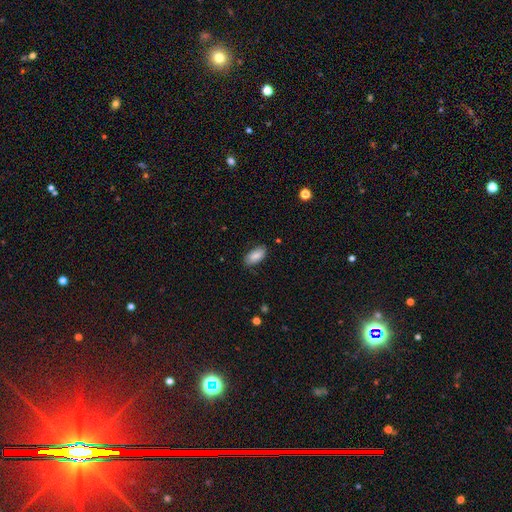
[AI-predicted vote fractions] Q: Smooth or featured?
A: smooth (85%); runner-up: featured or disk (9%)
Q: How rounded?
A: in between (92%); runner-up: cigar-shaped (6%)
Q: Merging?
A: none (79%); runner-up: minor disturbance (16%)